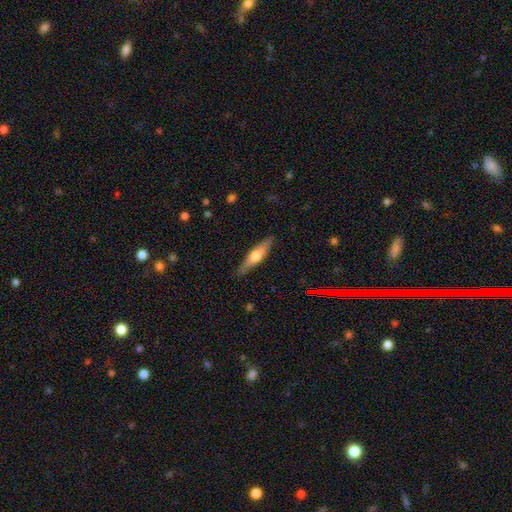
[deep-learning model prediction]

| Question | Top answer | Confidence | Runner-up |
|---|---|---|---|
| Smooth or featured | smooth | 49% | featured or disk (46%) |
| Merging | none | 88% | minor disturbance (9%) |